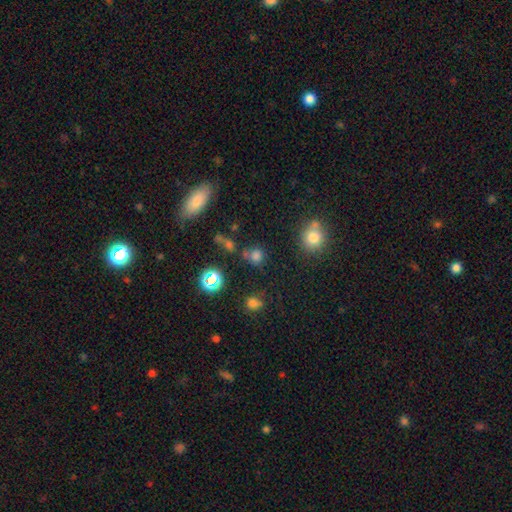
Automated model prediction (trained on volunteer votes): Q: Smooth or featured?
A: smooth (67%); runner-up: star or artifact (25%)
Q: How rounded?
A: round (81%); runner-up: in between (17%)
Q: Merging?
A: none (61%); runner-up: merger (18%)